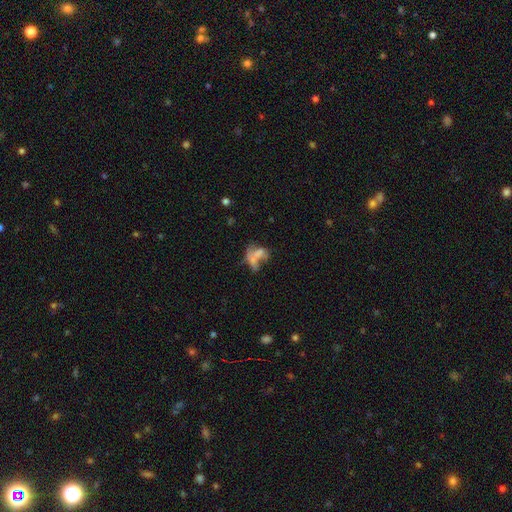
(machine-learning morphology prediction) Overall: smooth (51%; featured or disk 33%). How rounded: in between (76%). Merging: merger (46%; major disturbance 21%).